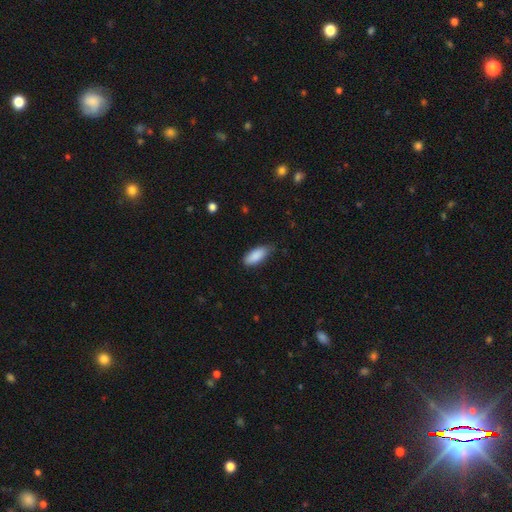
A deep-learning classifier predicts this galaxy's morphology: type=smooth (89%); roundness=in between (85%); merging=none (69%).